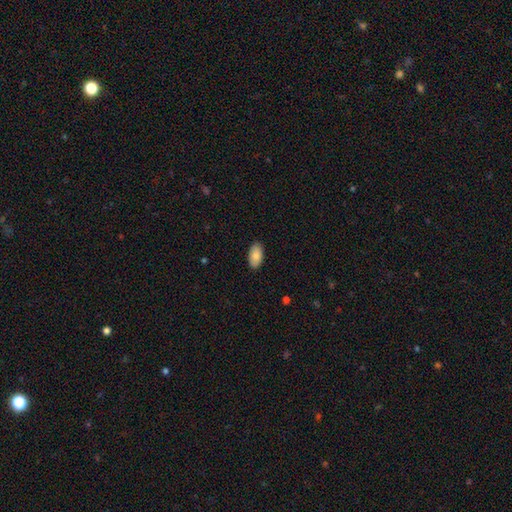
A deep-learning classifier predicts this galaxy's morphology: Smooth or featured: smooth — 83% (featured or disk — 10%)
How rounded: in between — 95% (round — 3%)
Merging: none — 88% (minor disturbance — 9%)